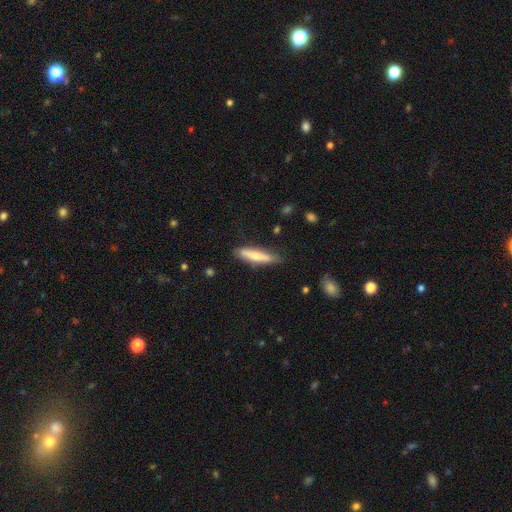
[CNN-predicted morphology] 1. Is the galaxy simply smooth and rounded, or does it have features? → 60% smooth, 34% featured or disk, 6% star or artifact.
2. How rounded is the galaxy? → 81% cigar-shaped, 17% in between, 2% round.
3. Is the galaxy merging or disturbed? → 78% none, 17% minor disturbance, 3% major disturbance, 2% merger.